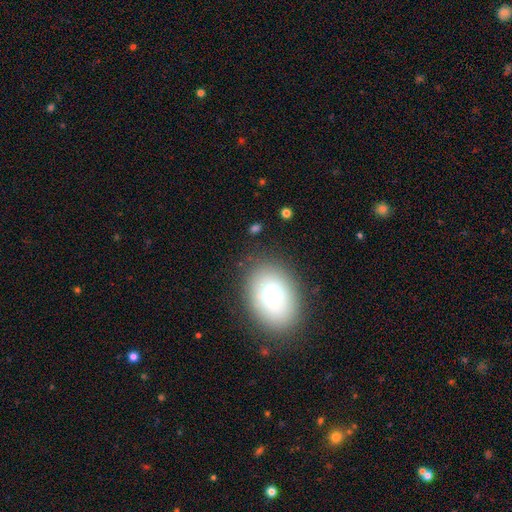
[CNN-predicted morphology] This appears to be a smooth galaxy with no disk features (73%) that is in between round and cigar-shaped (79%). Merging: none (87%).